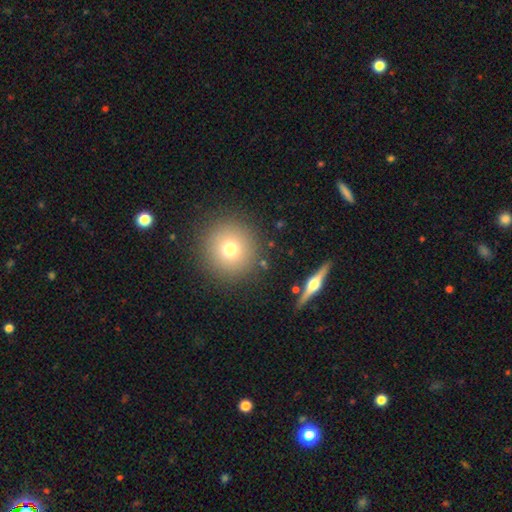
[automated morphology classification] smooth_or_featured: smooth (p=0.53) [alt: star or artifact p=0.28]
how_rounded: round (p=0.93) [alt: in between p=0.06]
merging: none (p=0.88) [alt: minor disturbance p=0.07]